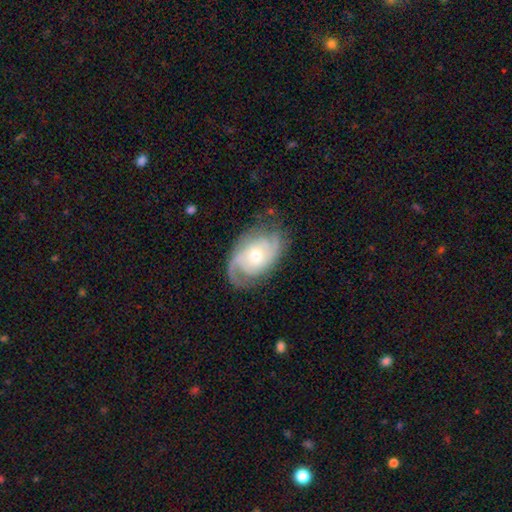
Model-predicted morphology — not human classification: A featured or disk galaxy (85%) with no bar (72%), 2 (56%) tight (50%) spiral arms (96%) and a moderate central bulge (57%). Merging: none (76%).